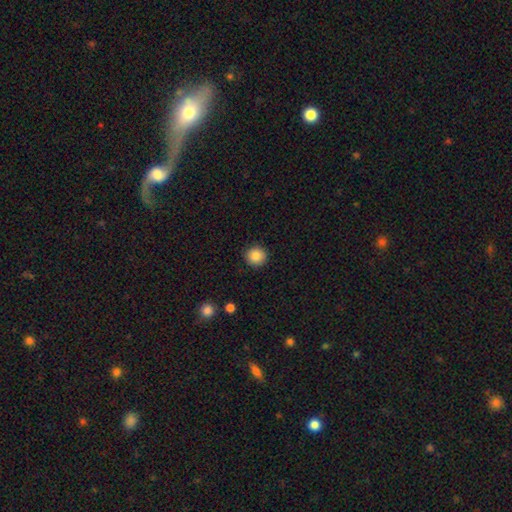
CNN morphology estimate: smooth-or-featured: smooth: 86% | star or artifact: 9% | featured or disk: 5%
  how-rounded: round: 94% | in between: 5% | cigar-shaped: 1%
  merging: none: 92% | minor disturbance: 5% | major disturbance: 2% | merger: 1%